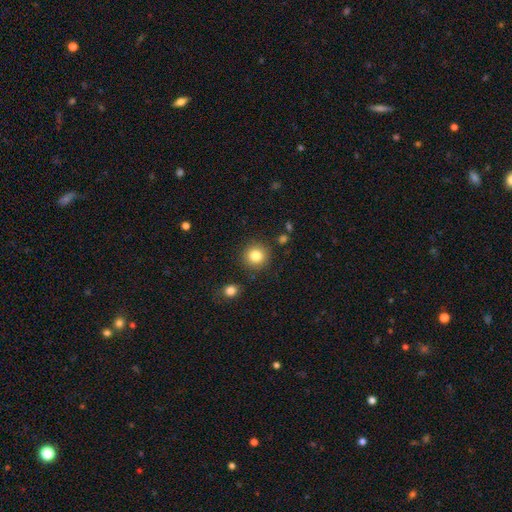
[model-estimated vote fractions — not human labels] Smooth or featured? Predicted: smooth (p=0.83). How rounded? Predicted: round (p=0.91). Merging? Predicted: none (p=0.87).